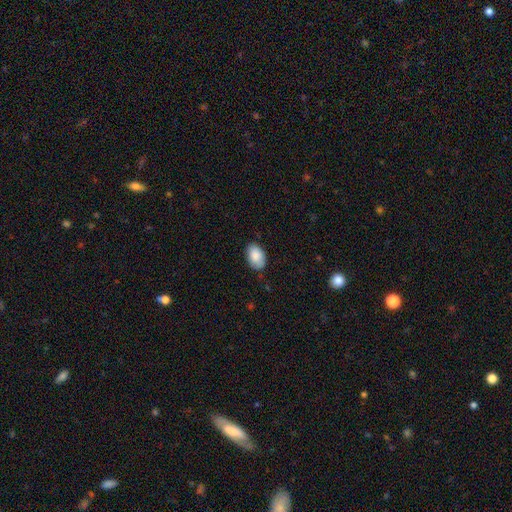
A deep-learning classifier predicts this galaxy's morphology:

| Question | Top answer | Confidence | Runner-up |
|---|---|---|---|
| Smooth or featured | smooth | 87% | star or artifact (6%) |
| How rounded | in between | 91% | round (8%) |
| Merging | none | 81% | minor disturbance (16%) |